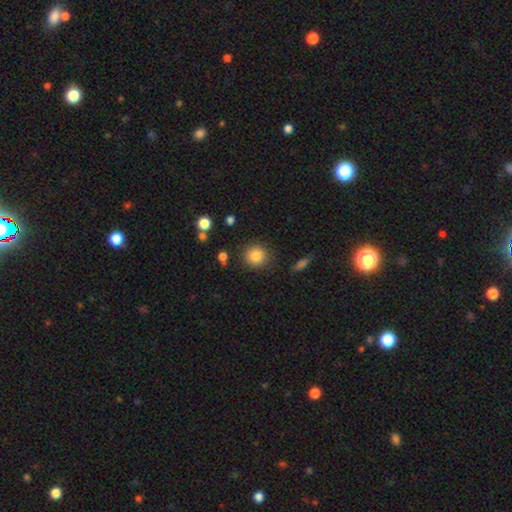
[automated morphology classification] Smooth or featured: smooth — 84% (star or artifact — 10%)
How rounded: round — 90% (in between — 9%)
Merging: none — 86% (minor disturbance — 8%)